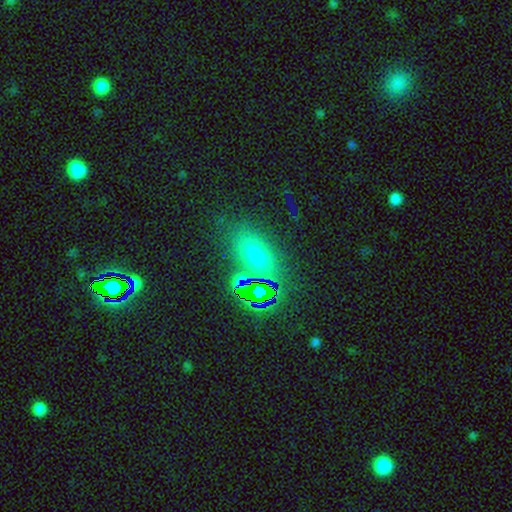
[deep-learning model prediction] Smooth or featured? smooth (63%)
How rounded? in between (80%)
Merging? none (76%)